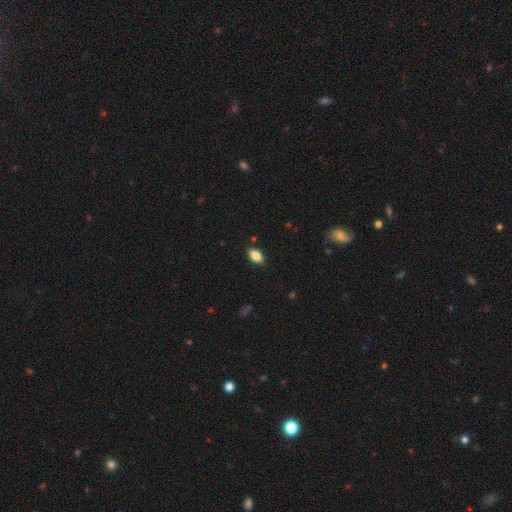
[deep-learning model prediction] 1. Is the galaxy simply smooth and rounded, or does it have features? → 84% smooth, 8% star or artifact, 8% featured or disk.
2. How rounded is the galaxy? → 91% in between, 5% round, 4% cigar-shaped.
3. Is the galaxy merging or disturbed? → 87% none, 10% minor disturbance, 2% major disturbance, 1% merger.